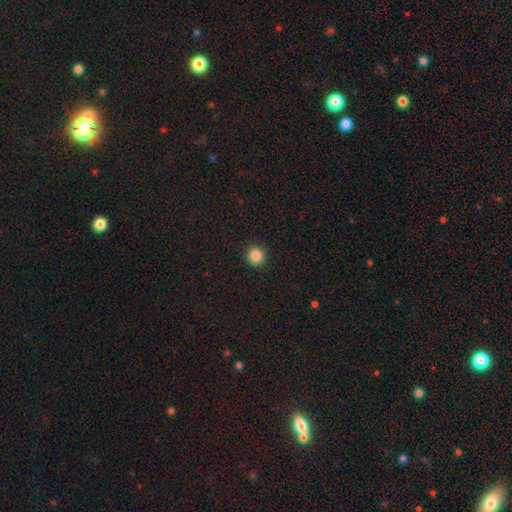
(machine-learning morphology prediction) smooth-or-featured: smooth: 87% | star or artifact: 10% | featured or disk: 3%
  how-rounded: round: 94% | in between: 5% | cigar-shaped: 1%
  merging: none: 92% | minor disturbance: 5% | major disturbance: 2% | merger: 1%